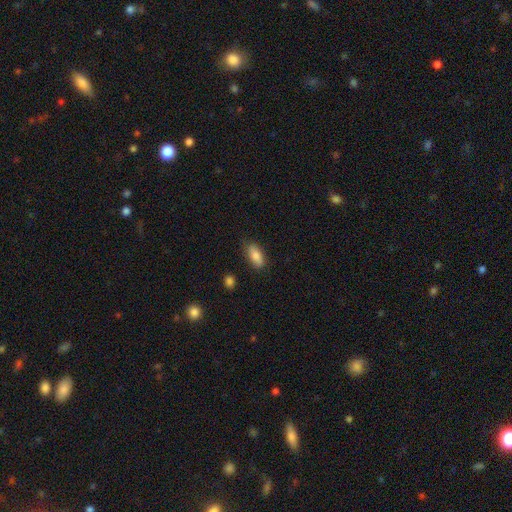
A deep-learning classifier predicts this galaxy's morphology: A smooth galaxy with no disk features (81%) that is in between round and cigar-shaped (82%).

Vote fractions:
- Smooth or featured? smooth: 81% / featured or disk: 12% / star or artifact: 7%
- How rounded? in between: 82% / cigar-shaped: 15% / round: 3%
- Merging? none: 80% / minor disturbance: 16% / major disturbance: 3% / merger: 2%